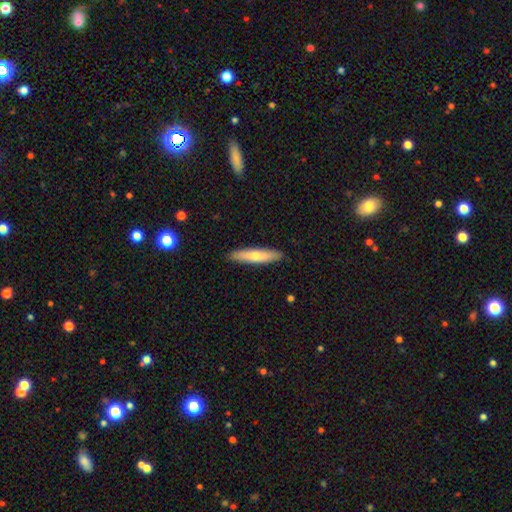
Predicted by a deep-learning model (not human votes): A smooth galaxy with no disk features (67%) that is cigar-shaped (81%). Merging: none (90%).